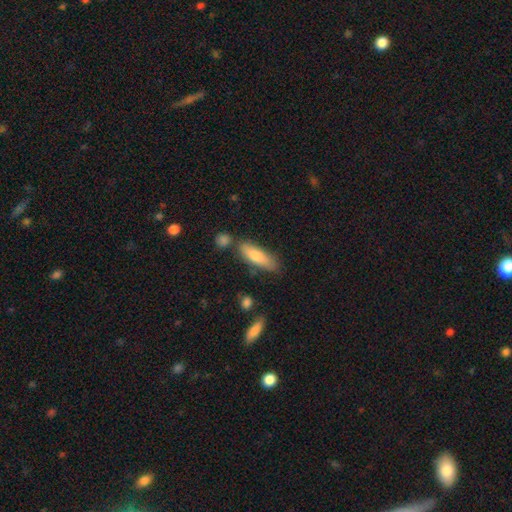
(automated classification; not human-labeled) A smooth galaxy with no disk features (73%) that is cigar-shaped (52%).

Vote fractions:
- Smooth or featured? smooth: 73% / featured or disk: 21% / star or artifact: 6%
- How rounded? cigar-shaped: 52% / in between: 46% / round: 2%
- Merging? none: 71% / minor disturbance: 16% / merger: 9% / major disturbance: 4%